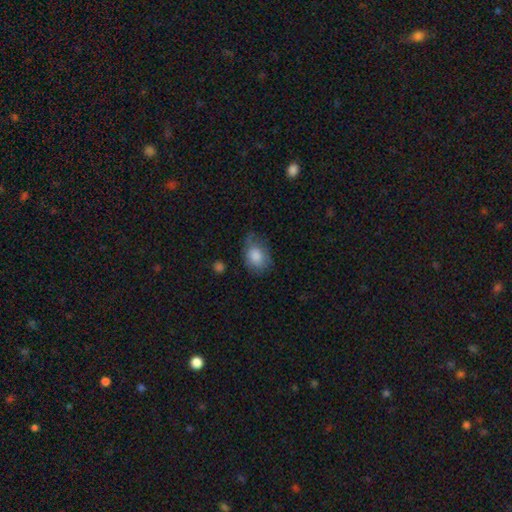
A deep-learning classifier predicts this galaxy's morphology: The model was most divided on "merging": none: 53%, minor disturbance: 34%, major disturbance: 11%, merger: 2%. More confident: smooth or featured — smooth (79%); how rounded — in between (74%).